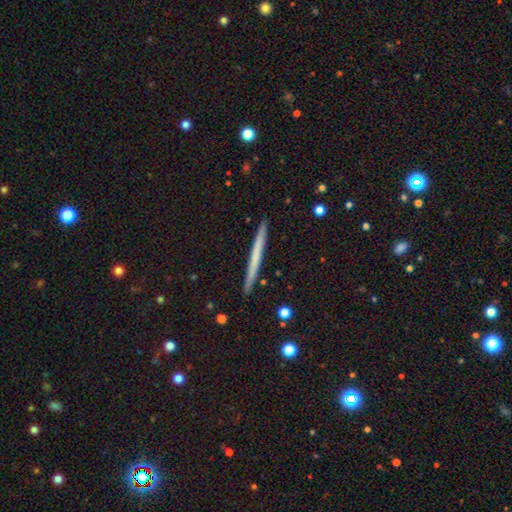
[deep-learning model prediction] smooth_or_featured: smooth (p=0.50) [alt: featured or disk p=0.43]
how_rounded: cigar-shaped (p=0.97) [alt: in between p=0.02]
merging: none (p=0.92) [alt: minor disturbance p=0.05]